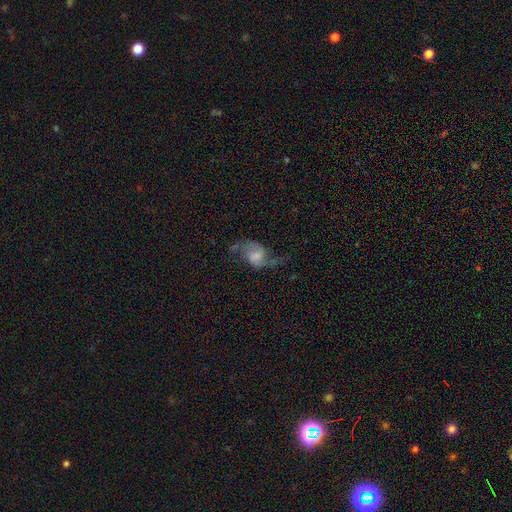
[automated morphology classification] This appears to be a featured or disk galaxy (82%) with a weak bar (45%), 2 (93%) loose (75%) spiral arms (95%) and no central bulge (29%). Merging: none (63%).